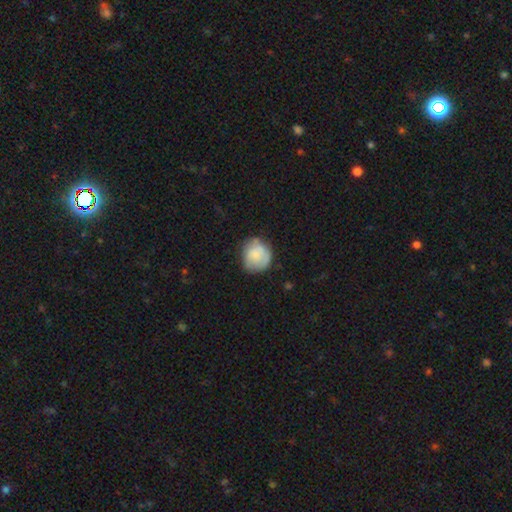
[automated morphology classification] Smooth or featured?
  - smooth: 72% *
  - featured or disk: 21%
  - star or artifact: 7%
How rounded?
  - round: 84% *
  - in between: 15%
  - cigar-shaped: 1%
Merging?
  - none: 63% *
  - minor disturbance: 25%
  - major disturbance: 8%
  - merger: 3%